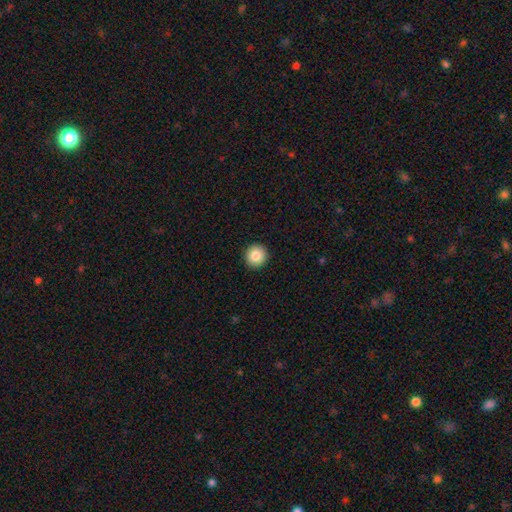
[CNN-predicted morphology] Q: Smooth or featured?
A: smooth (85%); runner-up: star or artifact (9%)
Q: How rounded?
A: round (96%); runner-up: in between (3%)
Q: Merging?
A: none (93%); runner-up: minor disturbance (4%)